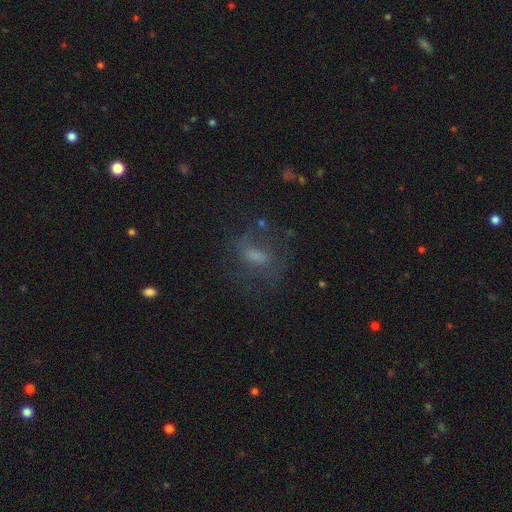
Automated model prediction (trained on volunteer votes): Overall: smooth (47%; featured or disk 35%). Merging: none (57%; major disturbance 21%).